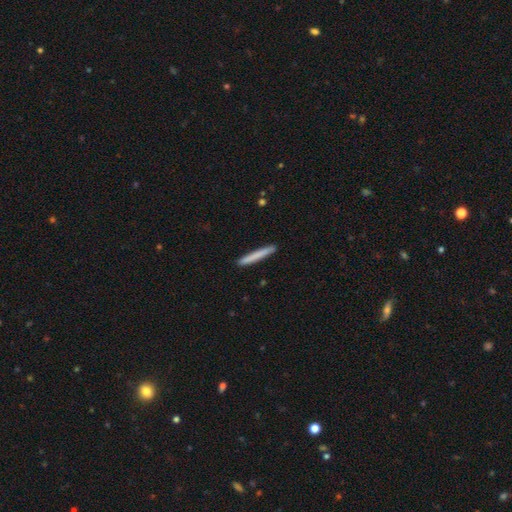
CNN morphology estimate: smooth-or-featured: smooth: 76% | featured or disk: 18% | star or artifact: 5%
  how-rounded: cigar-shaped: 97% | in between: 2% | round: 1%
  merging: none: 92% | minor disturbance: 6% | major disturbance: 1% | merger: 1%